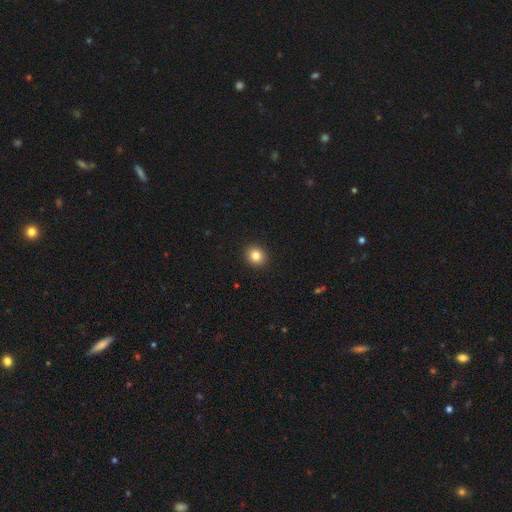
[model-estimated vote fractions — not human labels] Overall: smooth (84%). How rounded: round (76%). Merging: none (92%).